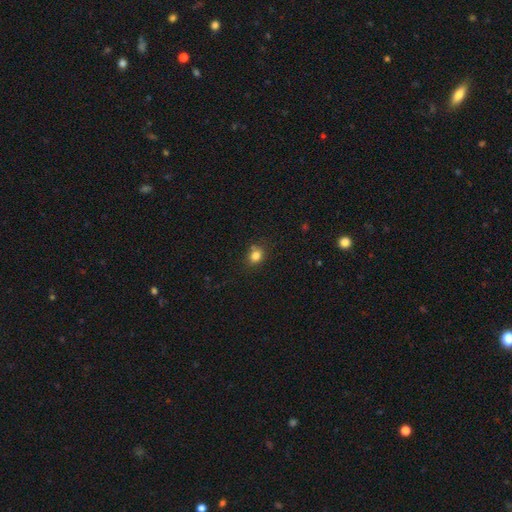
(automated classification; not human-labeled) A smooth galaxy with no disk features (82%) that is round (52%).

Vote fractions:
- Smooth or featured? smooth: 82% / star or artifact: 12% / featured or disk: 6%
- How rounded? round: 52% / in between: 47% / cigar-shaped: 1%
- Merging? none: 74% / minor disturbance: 16% / merger: 6% / major disturbance: 4%